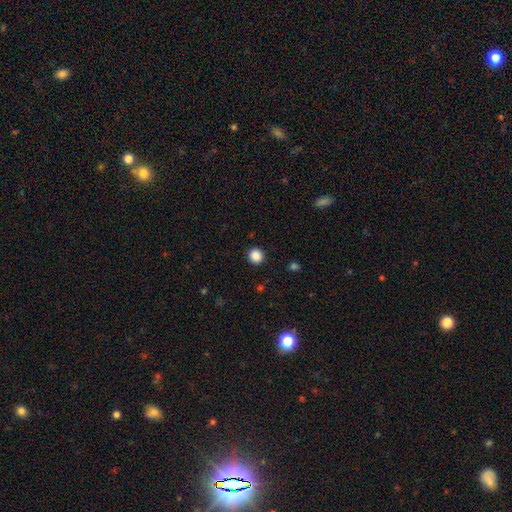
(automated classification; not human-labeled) Morphology: type=smooth (87%); roundness=round (90%); merging=none (92%).